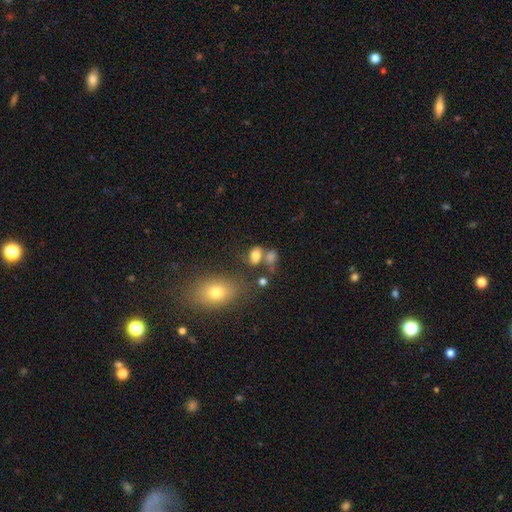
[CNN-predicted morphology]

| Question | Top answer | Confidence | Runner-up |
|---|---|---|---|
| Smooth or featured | smooth | 73% | featured or disk (14%) |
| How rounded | in between | 77% | round (21%) |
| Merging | none | 40% | merger (34%) |